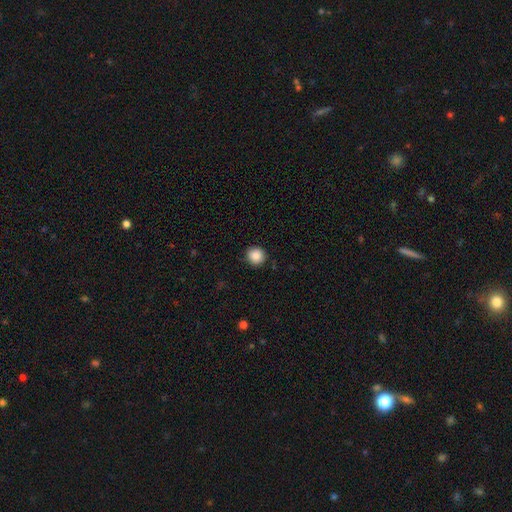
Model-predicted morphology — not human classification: smooth_or_featured: smooth (p=0.88) [alt: star or artifact p=0.09]
how_rounded: round (p=0.93) [alt: in between p=0.06]
merging: none (p=0.90) [alt: minor disturbance p=0.07]